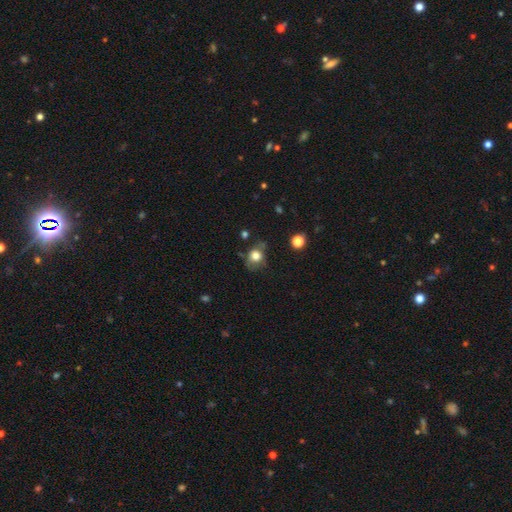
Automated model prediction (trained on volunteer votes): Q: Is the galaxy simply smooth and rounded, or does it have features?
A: smooth — 74%.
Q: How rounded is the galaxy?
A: round — 58%.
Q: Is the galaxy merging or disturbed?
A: none — 51%.